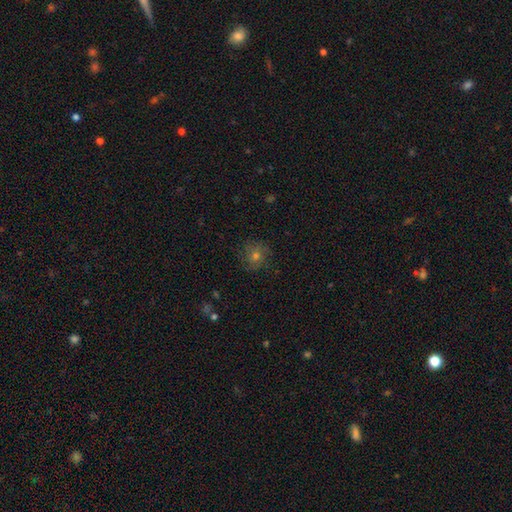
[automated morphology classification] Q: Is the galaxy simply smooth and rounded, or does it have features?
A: smooth — 45%.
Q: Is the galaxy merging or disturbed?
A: none — 81%.